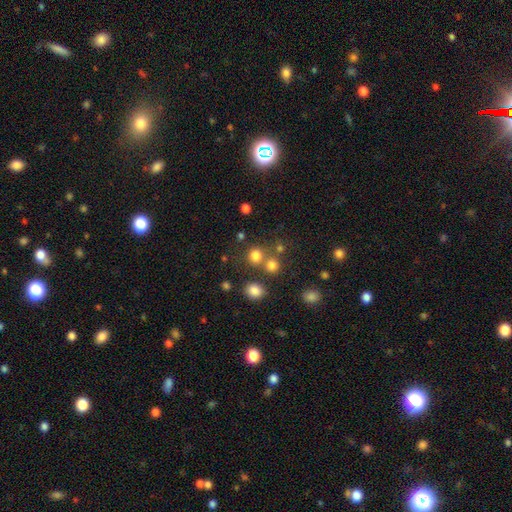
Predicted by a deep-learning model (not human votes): smooth 77%, star or artifact 17%, featured or disk 7%. Down the decision tree: how rounded — round (86%); merging — none (66%).